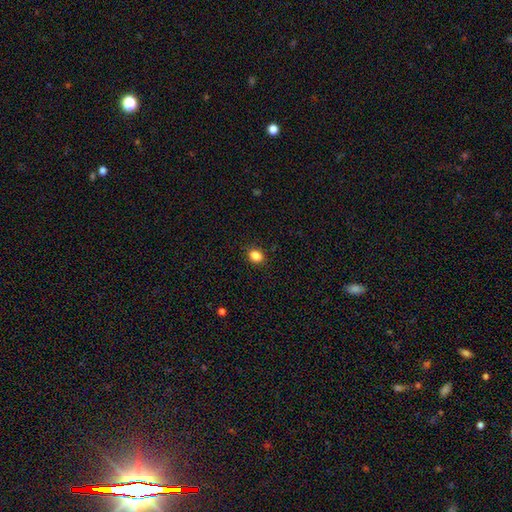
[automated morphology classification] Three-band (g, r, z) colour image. It shows a smooth galaxy with no disk features (85%) that is round (55%). Merging: none (90%).